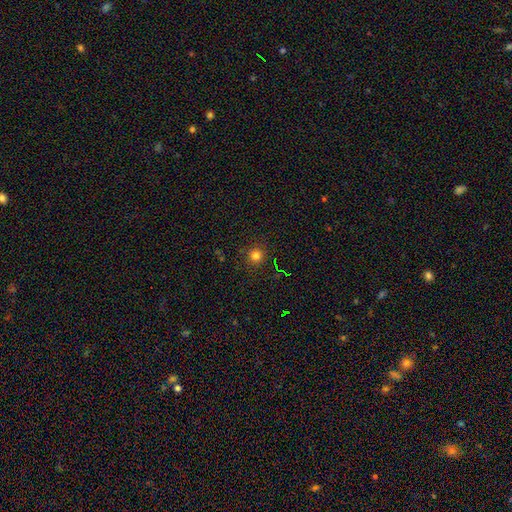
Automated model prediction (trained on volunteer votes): Morphology: type=smooth (77%); roundness=round (94%); merging=none (89%).